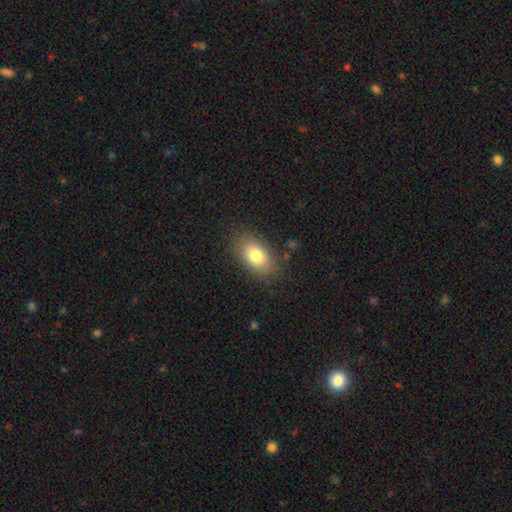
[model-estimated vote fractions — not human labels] Overall: smooth (80%). How rounded: in between (88%). Merging: none (83%).